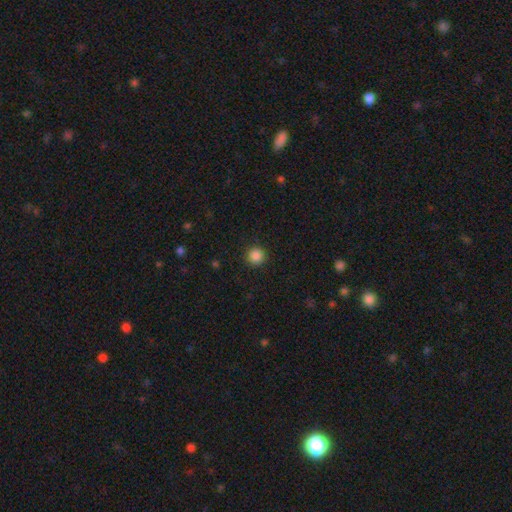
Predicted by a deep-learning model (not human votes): A smooth galaxy with no disk features (87%) that is round (95%). Merging: none (92%).